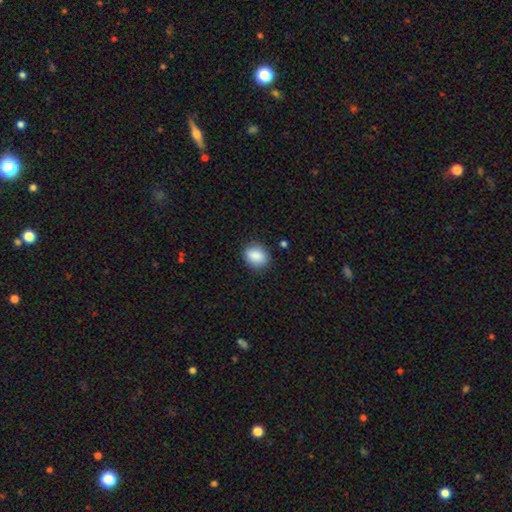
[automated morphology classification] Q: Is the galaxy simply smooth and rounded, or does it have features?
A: smooth — 88%.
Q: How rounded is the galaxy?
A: in between — 53%.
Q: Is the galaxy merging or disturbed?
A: none — 84%.